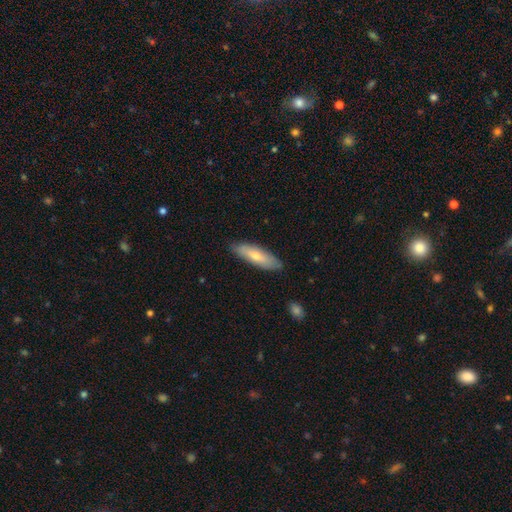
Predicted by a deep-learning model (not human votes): Morphology: type=smooth (62%); roundness=cigar-shaped (59%); merging=none (86%).